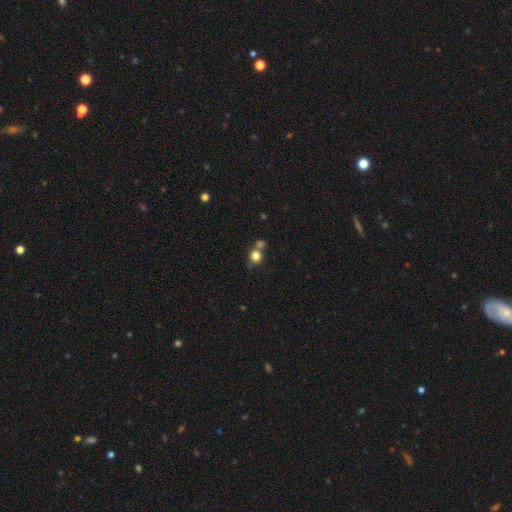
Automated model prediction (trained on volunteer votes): A smooth galaxy with no disk features (78%) that is round (79%).

Vote fractions:
- Smooth or featured? smooth: 78% / star or artifact: 13% / featured or disk: 10%
- How rounded? round: 79% / in between: 20% / cigar-shaped: 1%
- Merging? none: 50% / merger: 35% / minor disturbance: 10% / major disturbance: 5%